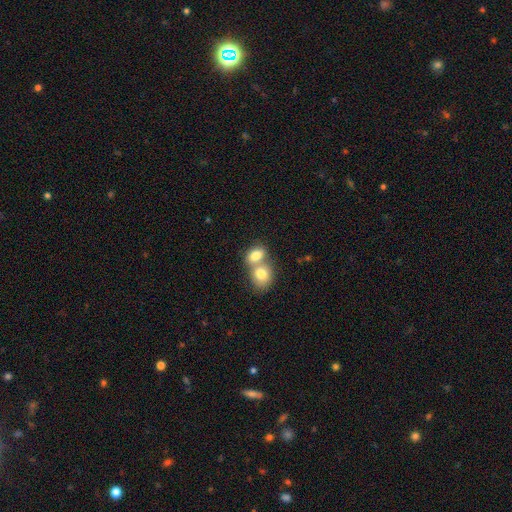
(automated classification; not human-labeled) Q: Smooth or featured?
A: smooth (78%); runner-up: featured or disk (14%)
Q: How rounded?
A: in between (62%); runner-up: round (36%)
Q: Merging?
A: merger (68%); runner-up: none (23%)